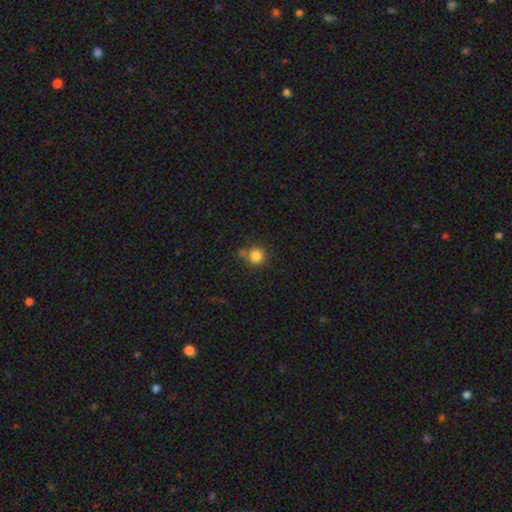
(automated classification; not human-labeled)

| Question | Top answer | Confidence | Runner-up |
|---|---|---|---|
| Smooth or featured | smooth | 84% | star or artifact (11%) |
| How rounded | round | 93% | in between (6%) |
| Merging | none | 70% | merger (14%) |